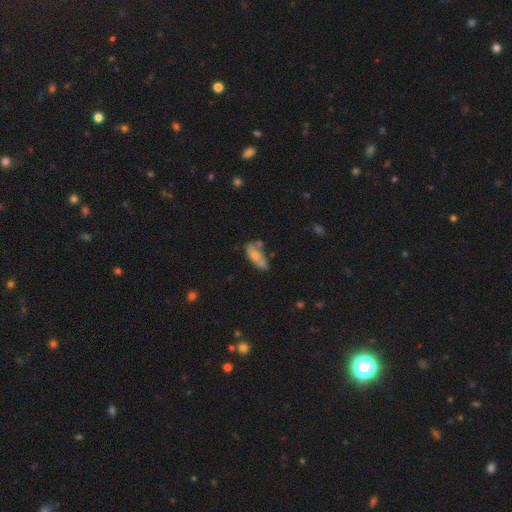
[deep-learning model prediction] Smooth or featured: smooth — 67% (featured or disk — 25%)
How rounded: in between — 72% (cigar-shaped — 25%)
Merging: none — 51% (minor disturbance — 26%)